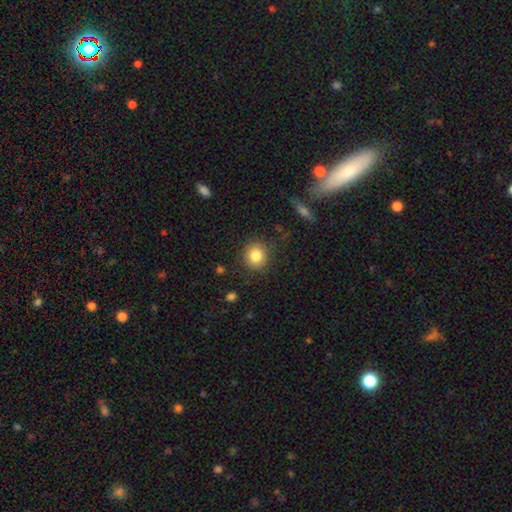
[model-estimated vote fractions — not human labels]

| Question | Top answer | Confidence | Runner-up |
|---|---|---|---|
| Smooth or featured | smooth | 83% | star or artifact (10%) |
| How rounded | round | 86% | in between (13%) |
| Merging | none | 87% | minor disturbance (9%) |